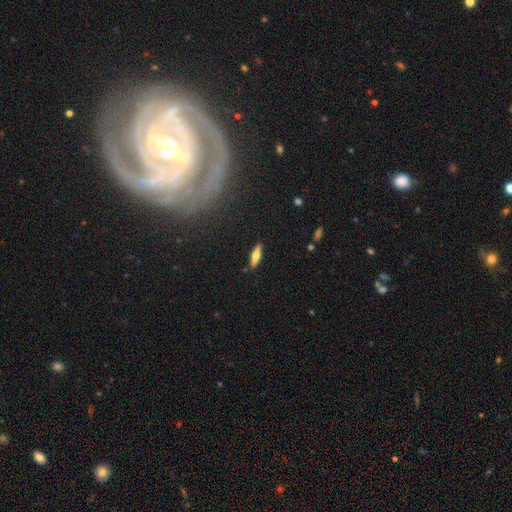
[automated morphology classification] A featured or disk galaxy (47%).

Vote fractions:
- Smooth or featured? featured or disk: 47% / smooth: 46% / star or artifact: 7%
- Merging? none: 88% / minor disturbance: 9% / major disturbance: 2% / merger: 1%